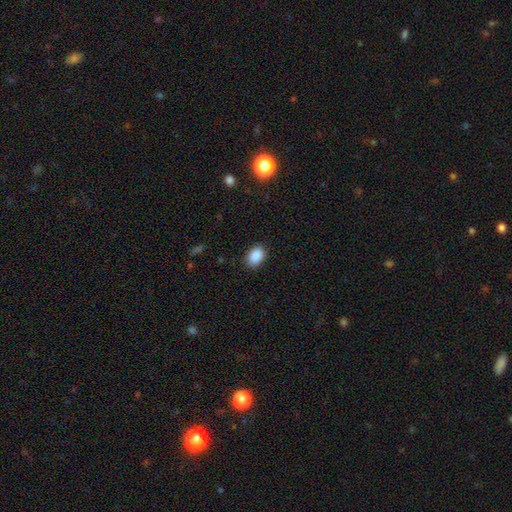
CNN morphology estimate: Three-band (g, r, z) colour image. It shows a smooth galaxy with no disk features (88%) that is in between round and cigar-shaped (79%). Merging: none (87%).